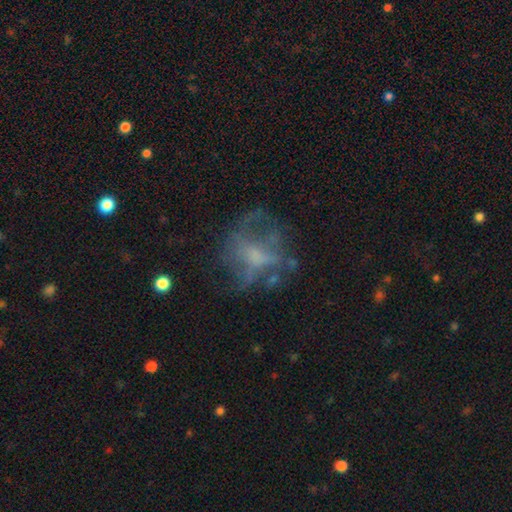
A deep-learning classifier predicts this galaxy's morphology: This is possibly a featured or disk galaxy (56%). It is clearly not viewed edge-on (96%). Bar: likely no (68%). Spiral arm pattern: likely no (67%). Central bulge: marginally none (42%). Merging: possibly none (46%).